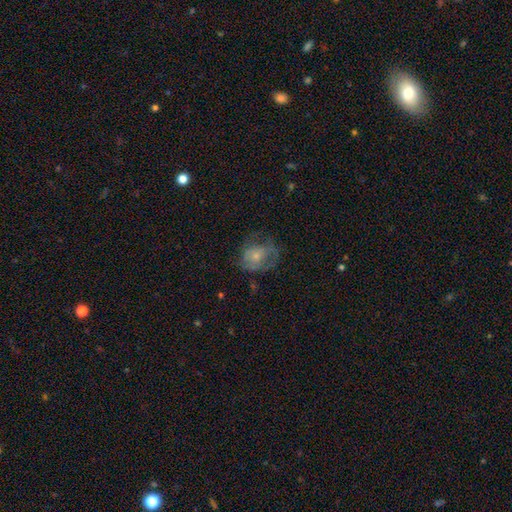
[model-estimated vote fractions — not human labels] smooth-or-featured: smooth: 50% | featured or disk: 40% | star or artifact: 10%
  merging: none: 42% | major disturbance: 31% | minor disturbance: 25% | merger: 2%